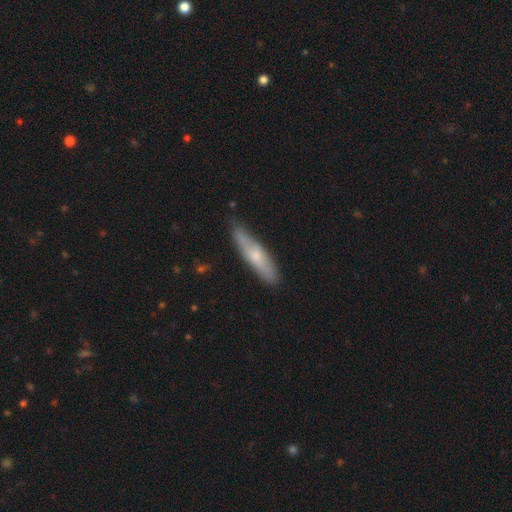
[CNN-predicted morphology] Smooth or featured?
  - smooth: 56% *
  - featured or disk: 38%
  - star or artifact: 6%
How rounded?
  - cigar-shaped: 82% *
  - in between: 17%
  - round: 2%
Merging?
  - none: 74% *
  - minor disturbance: 21%
  - major disturbance: 3%
  - merger: 2%